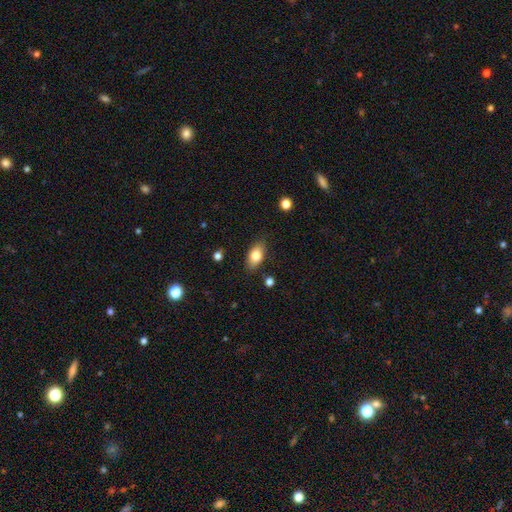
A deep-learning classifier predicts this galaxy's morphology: type=smooth (81%); roundness=in between (89%); merging=none (83%).